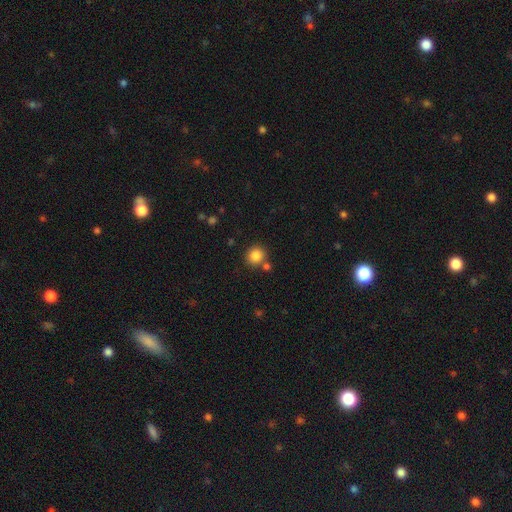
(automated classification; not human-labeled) Morphology: type=smooth (85%); roundness=round (86%); merging=none (77%).